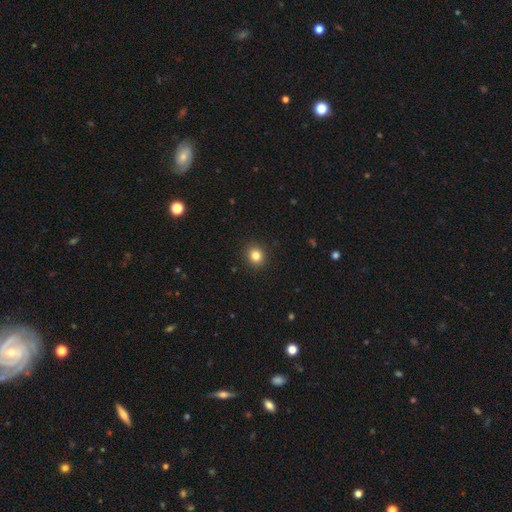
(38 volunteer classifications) Overall: smooth (92%). How rounded: round (94%). Merging: none (89%).